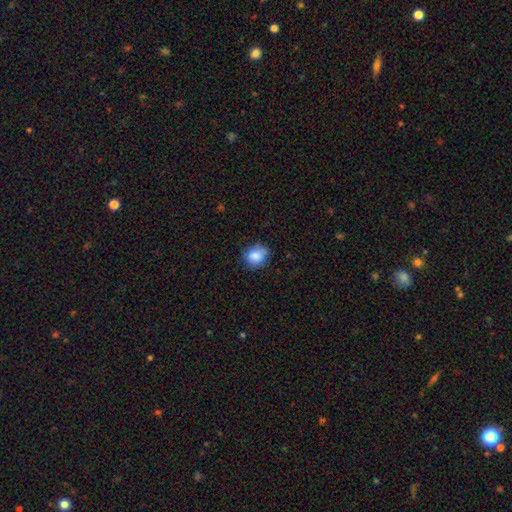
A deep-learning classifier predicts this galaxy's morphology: This appears to be a smooth galaxy with no disk features (87%) that is round (68%). Merging: none (78%).